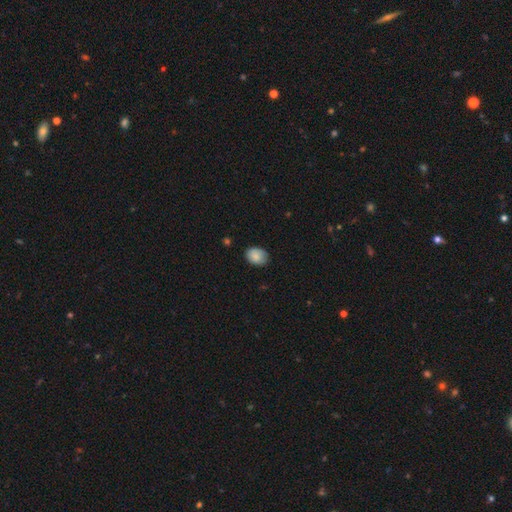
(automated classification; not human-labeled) The model was most divided on "how rounded": in between: 73%, round: 26%, cigar-shaped: 1%. More confident: smooth or featured — smooth (84%); merging — none (76%).